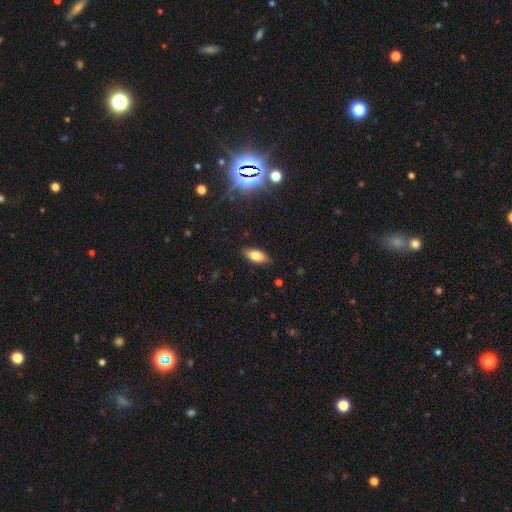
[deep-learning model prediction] Smooth or featured? smooth (76%)
How rounded? in between (87%)
Merging? none (84%)